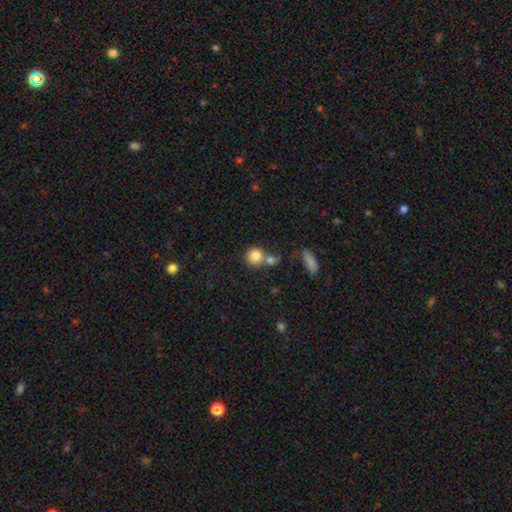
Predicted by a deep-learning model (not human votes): Smooth or featured: smooth — 82% (star or artifact — 9%)
How rounded: round — 87% (in between — 12%)
Merging: none — 51% (merger — 35%)